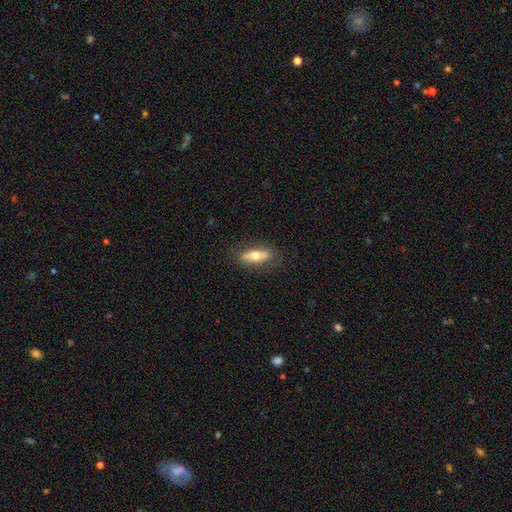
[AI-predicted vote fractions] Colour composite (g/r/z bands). It shows a smooth galaxy with no disk features (63%) that is in between round and cigar-shaped (58%). Merging: none (85%).